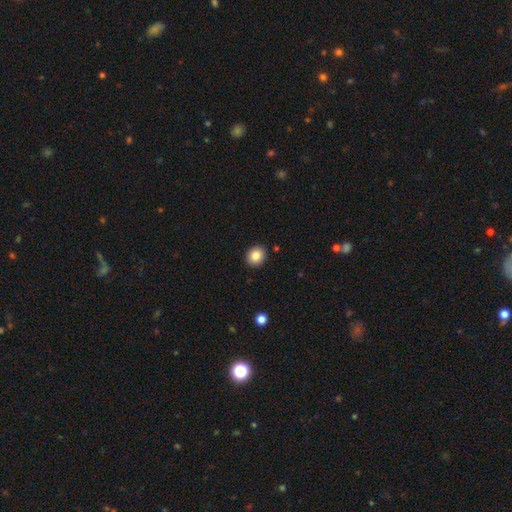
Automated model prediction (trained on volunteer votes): Smooth or featured?
  - smooth: 85% *
  - star or artifact: 9%
  - featured or disk: 6%
How rounded?
  - round: 76% *
  - in between: 23%
  - cigar-shaped: 1%
Merging?
  - none: 91% *
  - minor disturbance: 6%
  - major disturbance: 2%
  - merger: 1%